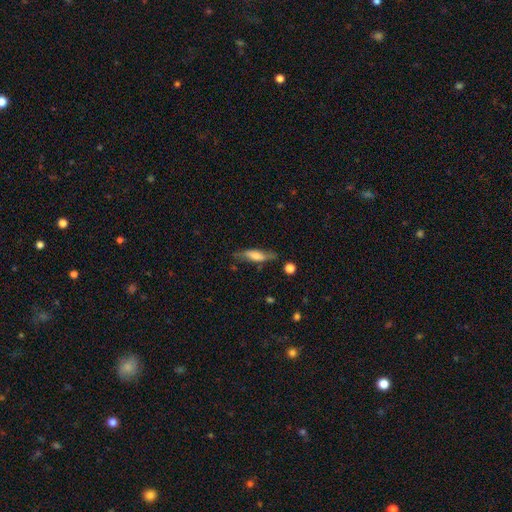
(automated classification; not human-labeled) Smooth or featured? Predicted: smooth (p=0.55). How rounded? Predicted: cigar-shaped (p=0.59). Merging? Predicted: none (p=0.69).